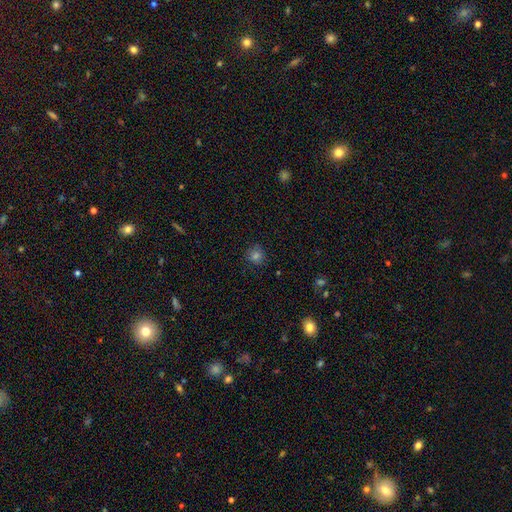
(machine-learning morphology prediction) smooth-or-featured: smooth: 77% | star or artifact: 17% | featured or disk: 6%
  how-rounded: round: 89% | in between: 10% | cigar-shaped: 1%
  merging: none: 86% | minor disturbance: 10% | major disturbance: 3% | merger: 1%